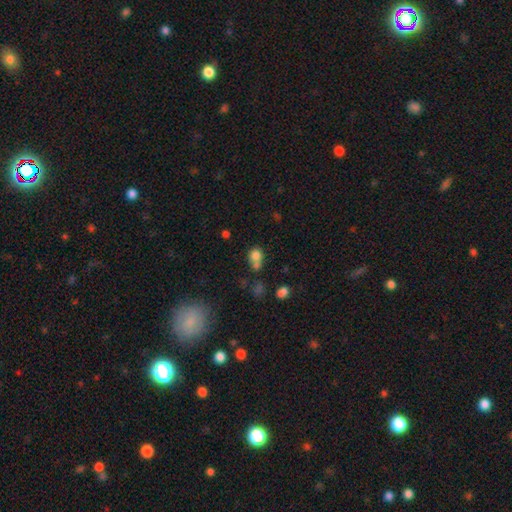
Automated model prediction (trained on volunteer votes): Smooth or featured? Predicted: smooth (p=0.77). How rounded? Predicted: round (p=0.70). Merging? Predicted: merger (p=0.46).